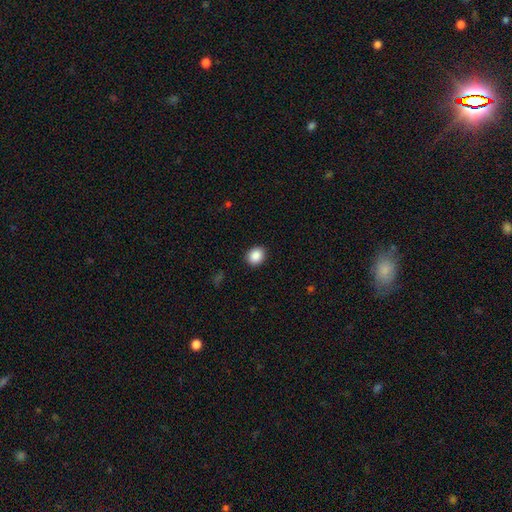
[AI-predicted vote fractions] Overall: smooth (88%). How rounded: round (65%; in between 34%). Merging: none (91%).